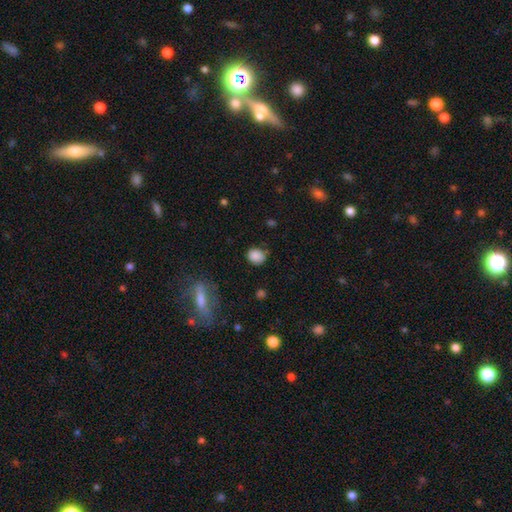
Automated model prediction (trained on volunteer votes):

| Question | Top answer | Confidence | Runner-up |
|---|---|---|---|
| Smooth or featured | smooth | 86% | star or artifact (10%) |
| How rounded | round | 67% | in between (31%) |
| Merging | none | 68% | minor disturbance (23%) |